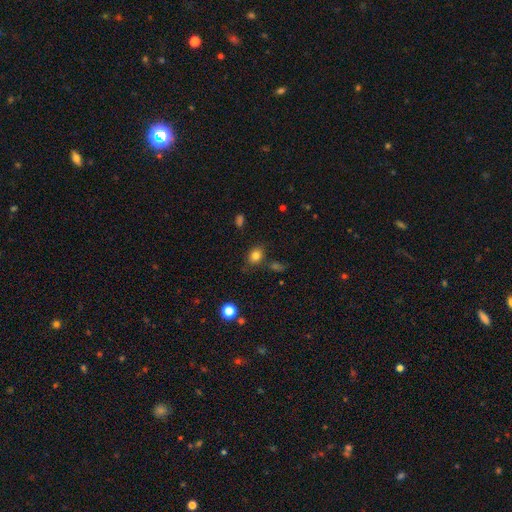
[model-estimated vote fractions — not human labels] This is clearly a smooth galaxy (80%). How rounded: possibly in between (55%). Merging: likely none (78%).